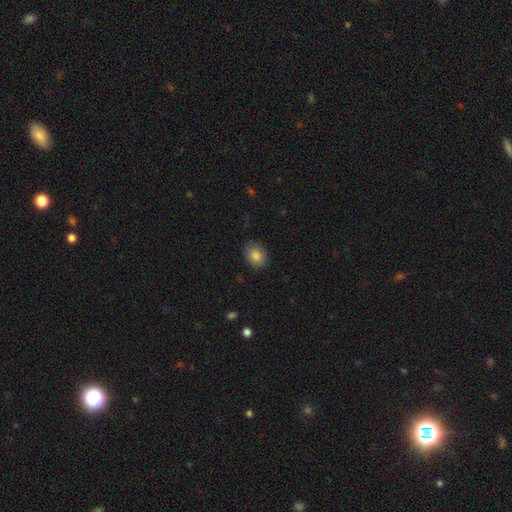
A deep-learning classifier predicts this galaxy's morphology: The model was most divided on "how rounded": in between: 61%, round: 38%, cigar-shaped: 1%. More confident: smooth or featured — smooth (85%); merging — none (85%).